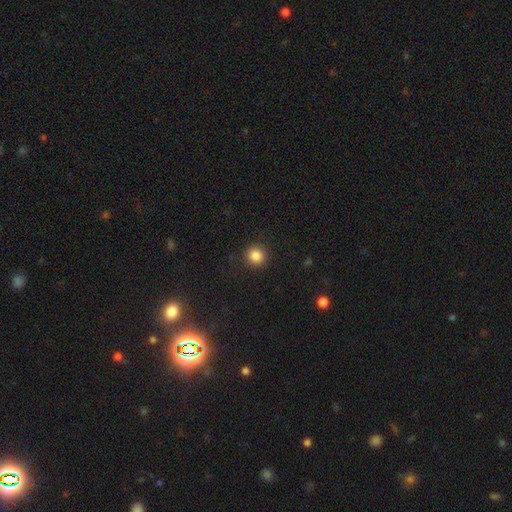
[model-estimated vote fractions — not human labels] A smooth galaxy with no disk features (85%) that is round (93%).

Vote fractions:
- Smooth or featured? smooth: 85% / star or artifact: 11% / featured or disk: 4%
- How rounded? round: 93% / in between: 6% / cigar-shaped: 1%
- Merging? none: 91% / minor disturbance: 6% / major disturbance: 2% / merger: 1%